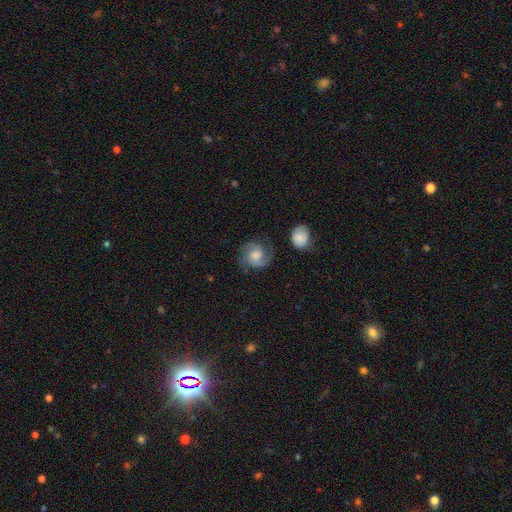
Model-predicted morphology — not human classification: The model was most divided on "spiral winding": medium: 49%, tight: 35%, loose: 17%. Remaining: edge-on disk — no (98%); spiral arms — yes (95%); spiral arm count — 2 (77%); smooth or featured — featured or disk (70%); merging — none (70%); bar — no (66%); bulge size — moderate (45%).